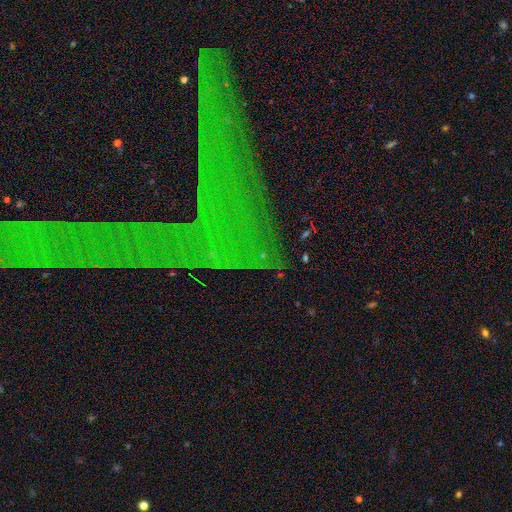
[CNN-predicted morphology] The model was most divided on "smooth or featured": star or artifact: 73%, featured or disk: 14%, smooth: 13%.